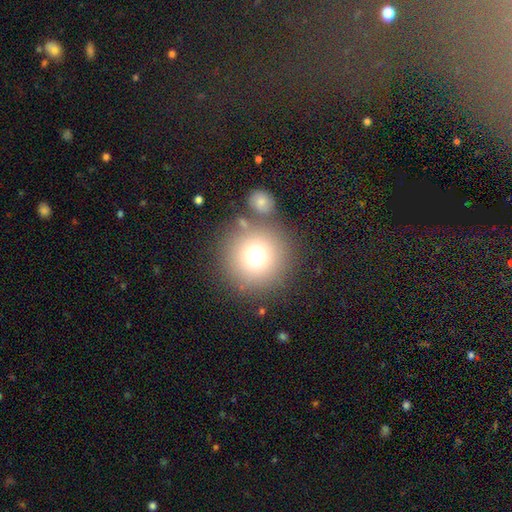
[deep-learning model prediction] This is likely a smooth galaxy (75%). How rounded: clearly round (95%). Merging: likely none (77%).